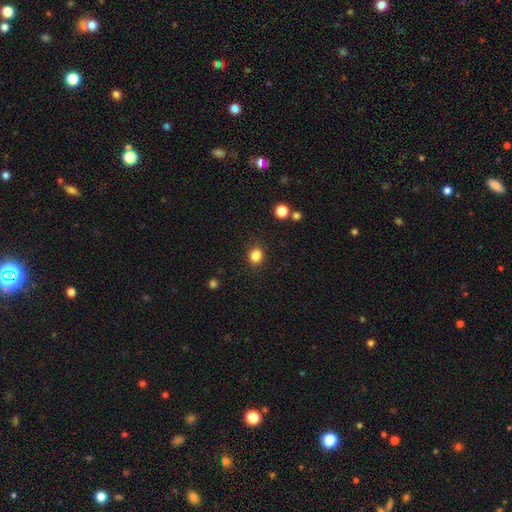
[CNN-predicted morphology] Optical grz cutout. It shows a smooth galaxy with no disk features (85%) that is round (68%). Merging: none (83%).